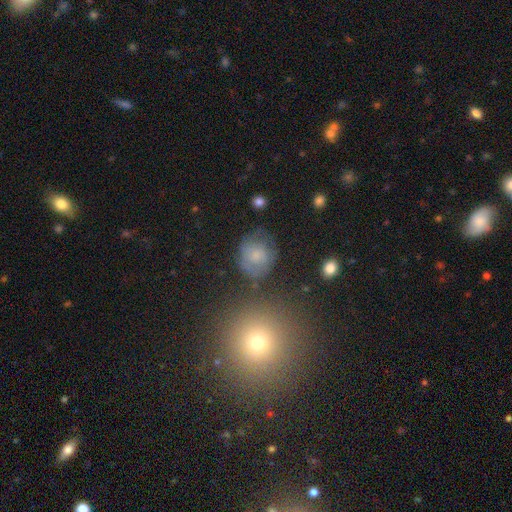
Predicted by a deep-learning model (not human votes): Smooth or featured?
  - smooth: 58% *
  - featured or disk: 30%
  - star or artifact: 12%
How rounded?
  - round: 71% *
  - in between: 28%
  - cigar-shaped: 1%
Merging?
  - none: 55% *
  - minor disturbance: 25%
  - major disturbance: 15%
  - merger: 5%